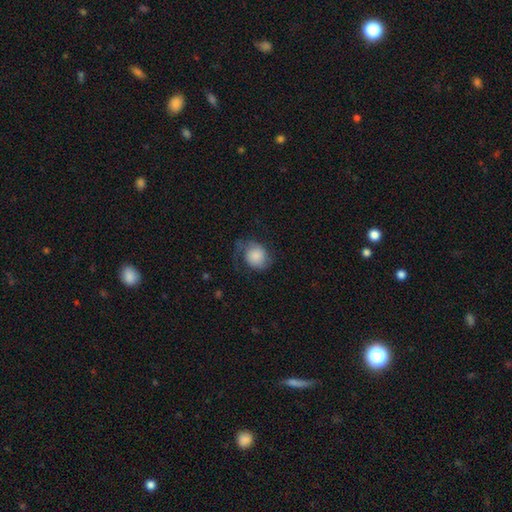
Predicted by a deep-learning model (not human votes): The model was most divided on "smooth or featured": smooth: 51%, featured or disk: 41%, star or artifact: 8%. More confident: how rounded — round (66%); merging — none (53%).